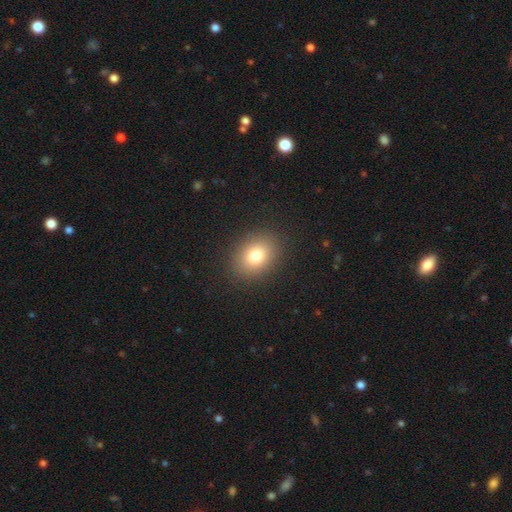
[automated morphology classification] smooth 79%, star or artifact 12%, featured or disk 9%. Down the decision tree: how rounded — in between (57%); merging — none (89%).